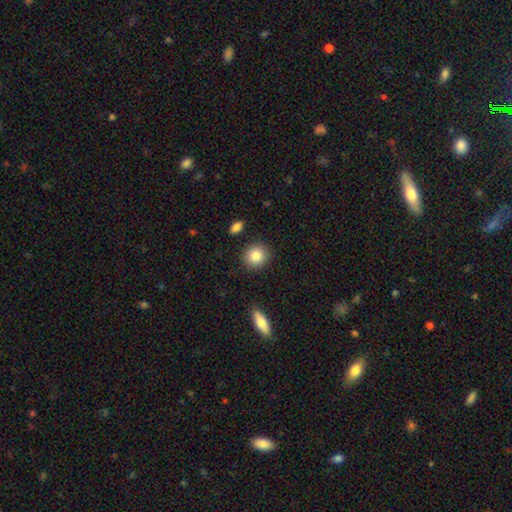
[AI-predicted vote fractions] Q: Smooth or featured?
A: smooth (85%); runner-up: star or artifact (8%)
Q: How rounded?
A: round (85%); runner-up: in between (14%)
Q: Merging?
A: none (88%); runner-up: minor disturbance (7%)